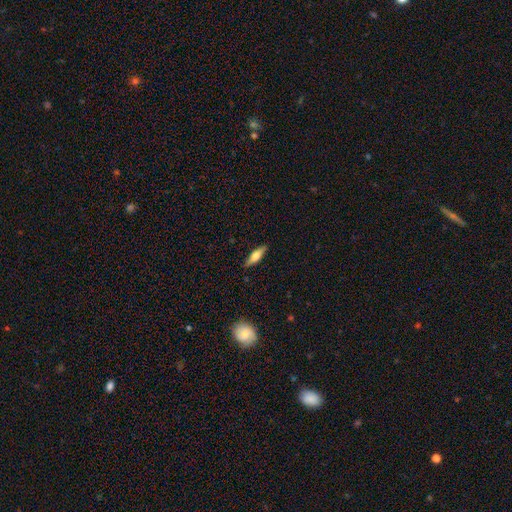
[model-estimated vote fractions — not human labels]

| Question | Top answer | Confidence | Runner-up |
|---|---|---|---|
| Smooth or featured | smooth | 59% | featured or disk (34%) |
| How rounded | cigar-shaped | 57% | in between (41%) |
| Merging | none | 86% | minor disturbance (10%) |